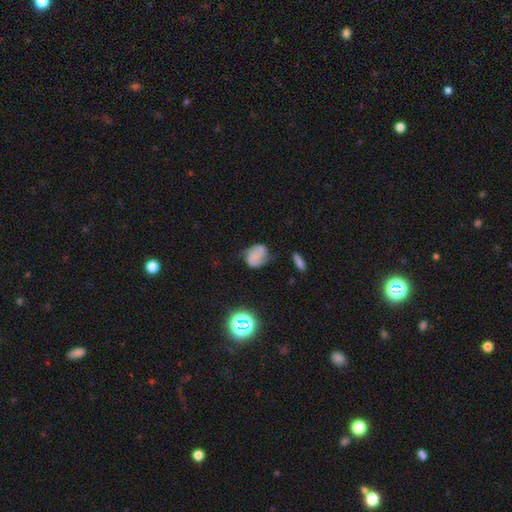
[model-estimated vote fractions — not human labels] This appears to be a featured or disk galaxy (46%). Merging: none (56%).